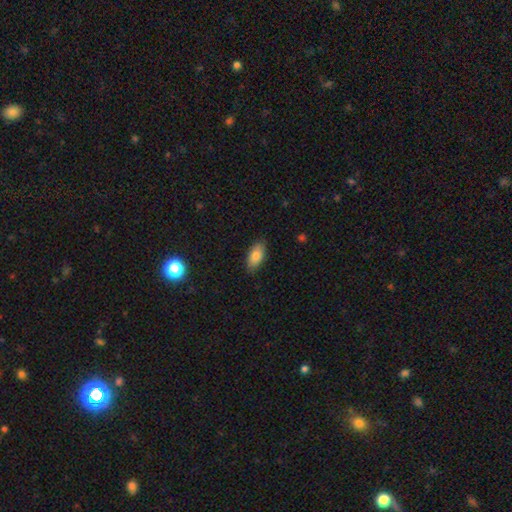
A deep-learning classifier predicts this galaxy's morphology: type=smooth (80%); roundness=in between (90%); merging=none (85%).